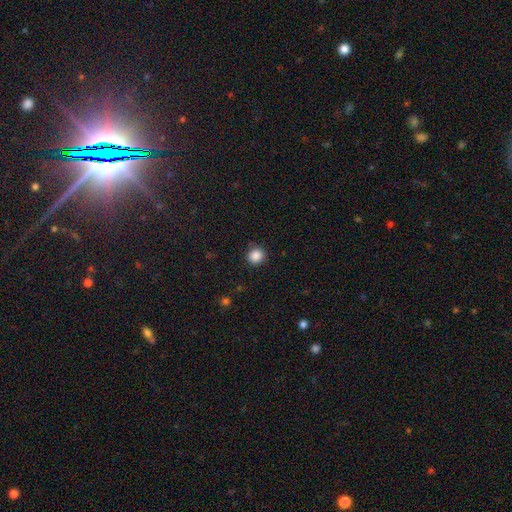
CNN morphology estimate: A smooth galaxy with no disk features (87%) that is round (91%). Merging: none (89%).